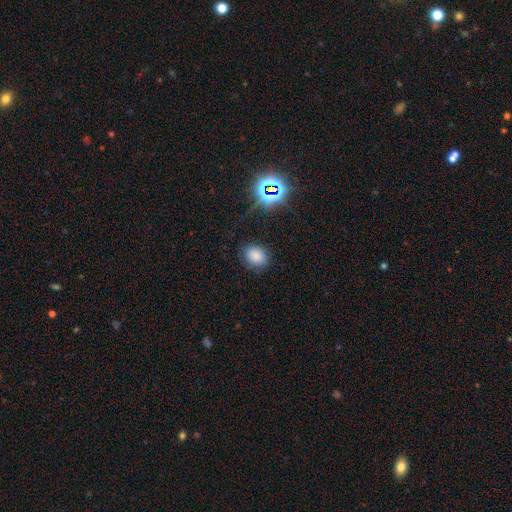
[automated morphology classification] The model was most divided on "how rounded": round: 50%, in between: 49%, cigar-shaped: 1%. More confident: merging — none (78%); smooth or featured — smooth (75%).